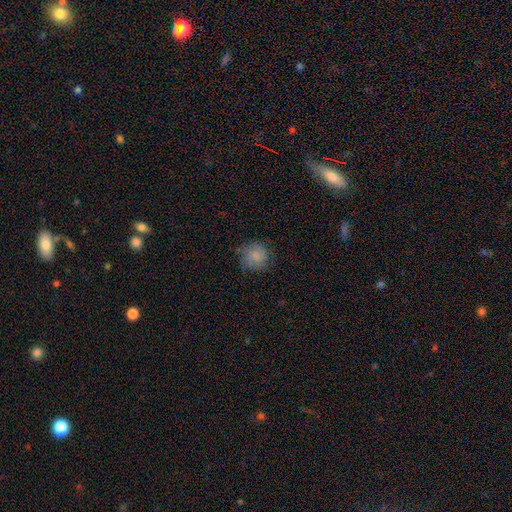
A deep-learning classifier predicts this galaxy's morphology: Q: Smooth or featured?
A: smooth (75%); runner-up: featured or disk (16%)
Q: How rounded?
A: round (89%); runner-up: in between (10%)
Q: Merging?
A: none (74%); runner-up: minor disturbance (18%)